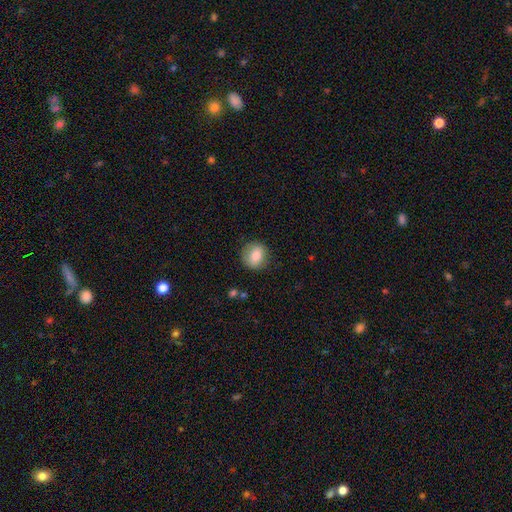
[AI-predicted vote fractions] A smooth galaxy with no disk features (79%) that is round (82%). Merging: none (85%).